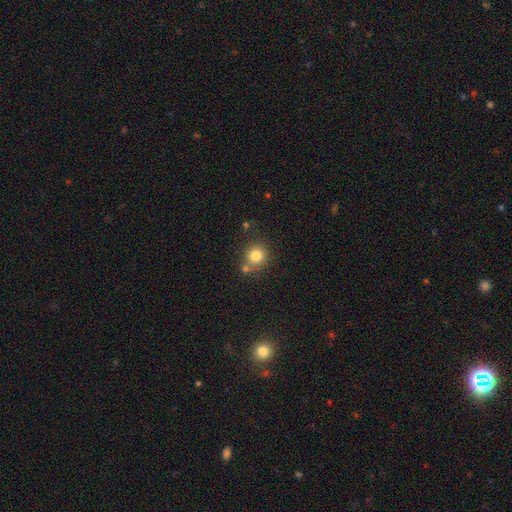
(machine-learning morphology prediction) A smooth galaxy with no disk features (81%) that is round (87%). Merging: none (69%).